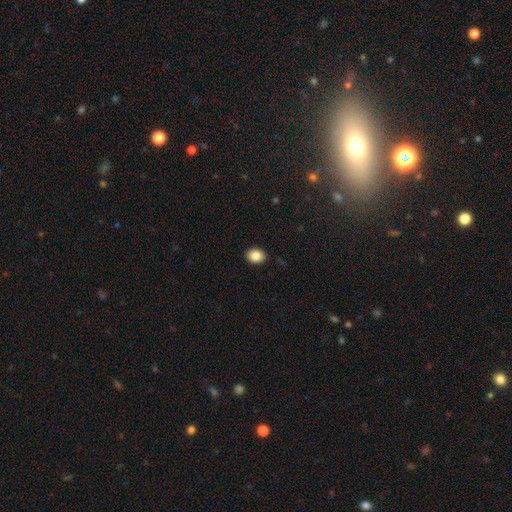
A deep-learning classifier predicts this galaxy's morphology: This appears to be a smooth galaxy with no disk features (86%) that is in between round and cigar-shaped (63%). Merging: none (90%).